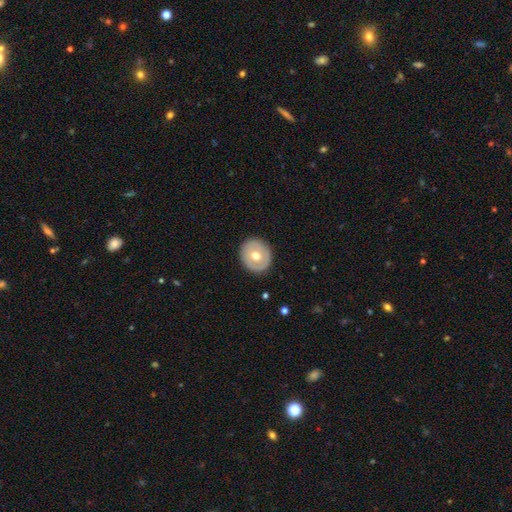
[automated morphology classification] Smooth or featured: smooth — 51% (featured or disk — 43%)
How rounded: round — 82% (in between — 17%)
Merging: none — 88% (minor disturbance — 9%)